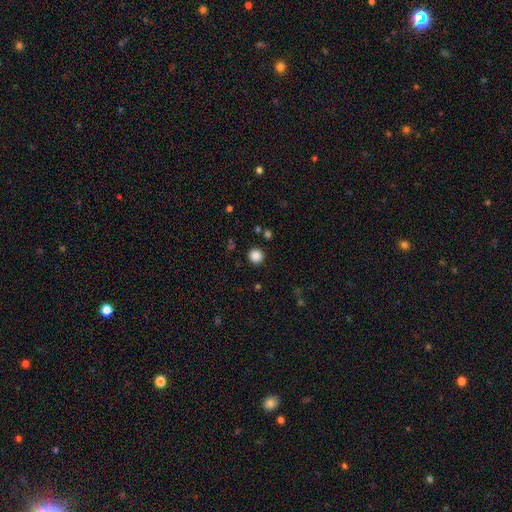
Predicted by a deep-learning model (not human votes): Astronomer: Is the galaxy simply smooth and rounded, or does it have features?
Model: smooth — 86%.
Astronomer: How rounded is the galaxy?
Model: round — 93%.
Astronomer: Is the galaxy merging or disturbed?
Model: none — 90%.